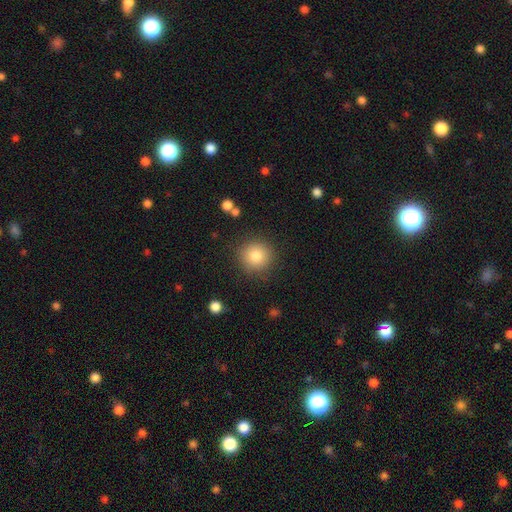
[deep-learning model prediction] Smooth or featured: smooth — 83% (star or artifact — 10%)
How rounded: round — 94% (in between — 5%)
Merging: none — 88% (minor disturbance — 8%)